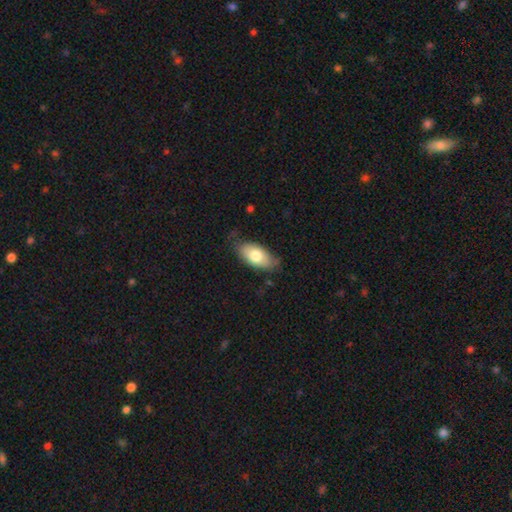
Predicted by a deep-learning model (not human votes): Smooth or featured?
  - smooth: 74% *
  - featured or disk: 20%
  - star or artifact: 6%
How rounded?
  - in between: 91% *
  - cigar-shaped: 5%
  - round: 3%
Merging?
  - none: 72% *
  - minor disturbance: 22%
  - major disturbance: 4%
  - merger: 1%